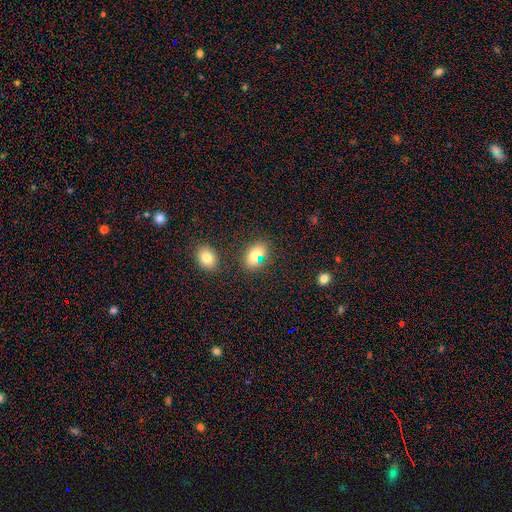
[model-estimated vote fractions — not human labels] This appears to be a smooth galaxy with no disk features (77%) that is in between round and cigar-shaped (76%). Merging: none (67%).